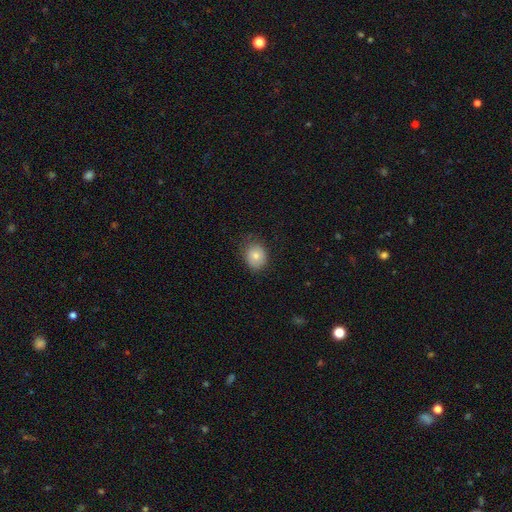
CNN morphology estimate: type=smooth (78%); roundness=round (60%); merging=none (74%).